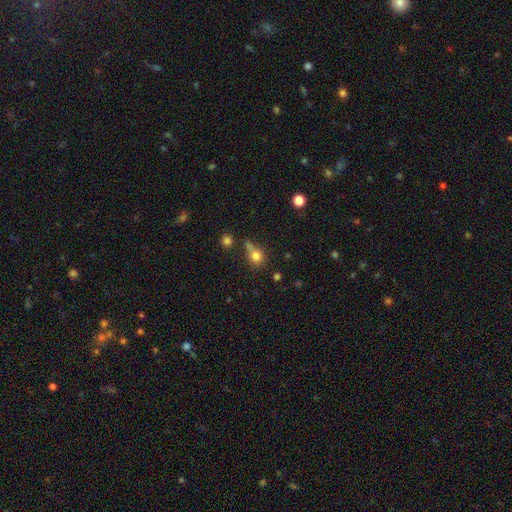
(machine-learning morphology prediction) A smooth galaxy with no disk features (77%) that is round (80%). Merging: none (52%).